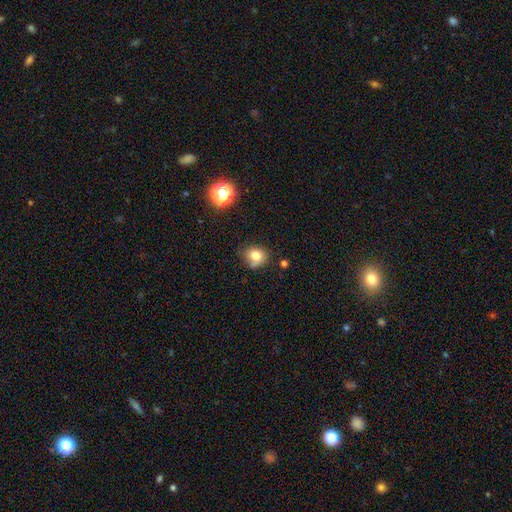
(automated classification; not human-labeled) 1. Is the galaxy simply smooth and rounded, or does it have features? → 79% smooth, 12% star or artifact, 9% featured or disk.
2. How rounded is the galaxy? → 67% round, 32% in between, 1% cigar-shaped.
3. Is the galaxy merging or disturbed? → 59% none, 27% minor disturbance, 8% major disturbance, 7% merger.